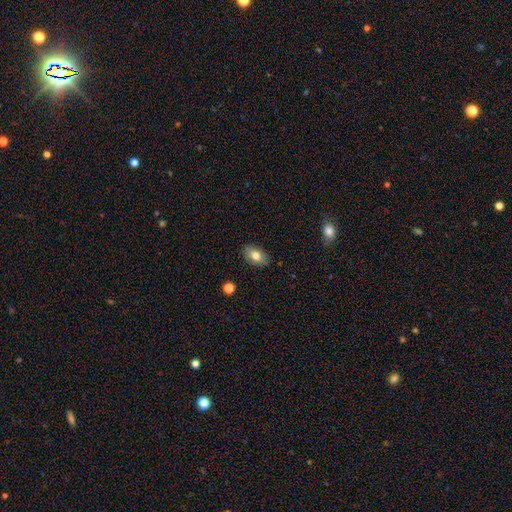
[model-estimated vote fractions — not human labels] Smooth or featured? smooth (77%)
How rounded? in between (87%)
Merging? none (85%)